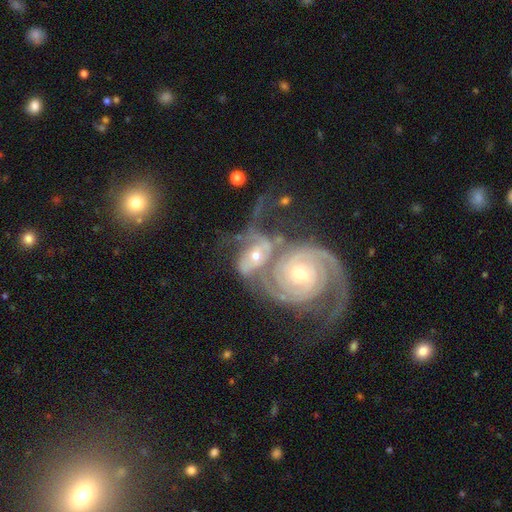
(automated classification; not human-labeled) Smooth or featured?
  - featured or disk: 88% *
  - smooth: 7%
  - star or artifact: 5%
Edge-on disk?
  - no: 97% *
  - yes: 3%
Bar?
  - no: 55% *
  - weak: 29%
  - strong: 16%
Spiral arms?
  - yes: 97% *
  - no: 3%
Spiral winding?
  - tight: 62% *
  - medium: 29%
  - loose: 9%
Spiral arm count?
  - 2: 60% *
  - 3: 14%
  - can't tell: 13%
  - 4: 5%
  - 1: 4%
  - more than 4: 4%
Bulge size?
  - small: 49% *
  - moderate: 46%
  - large: 3%
  - none: 1%
  - dominant: 1%
Merging?
  - merger: 67% *
  - none: 16%
  - major disturbance: 9%
  - minor disturbance: 8%